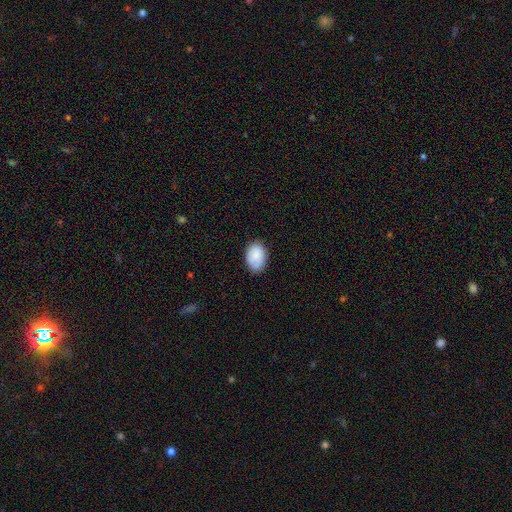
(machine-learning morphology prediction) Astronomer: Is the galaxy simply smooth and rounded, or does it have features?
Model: smooth — 84%.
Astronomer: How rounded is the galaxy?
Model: in between — 85%.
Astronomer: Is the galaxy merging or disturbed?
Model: none — 77%.